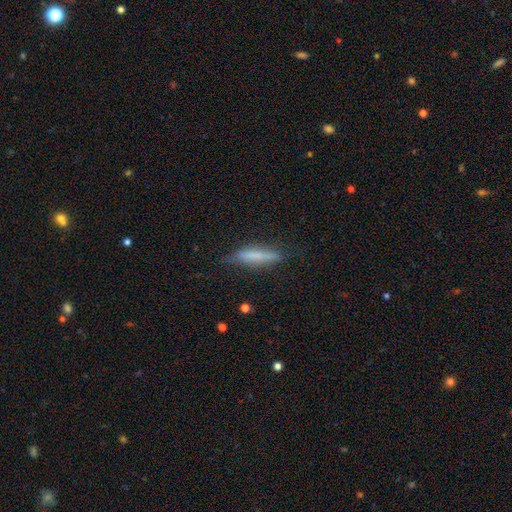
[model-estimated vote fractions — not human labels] A smooth galaxy with no disk features (61%) that is cigar-shaped (86%). Merging: none (77%).